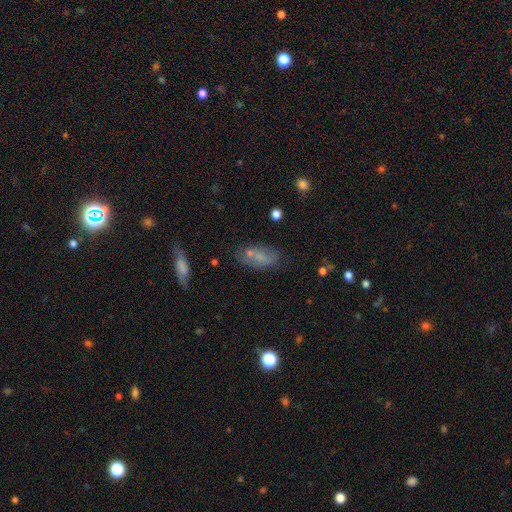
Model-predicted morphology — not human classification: Smooth or featured: smooth — 55% (featured or disk — 27%)
How rounded: in between — 77% (cigar-shaped — 17%)
Merging: none — 71% (minor disturbance — 17%)